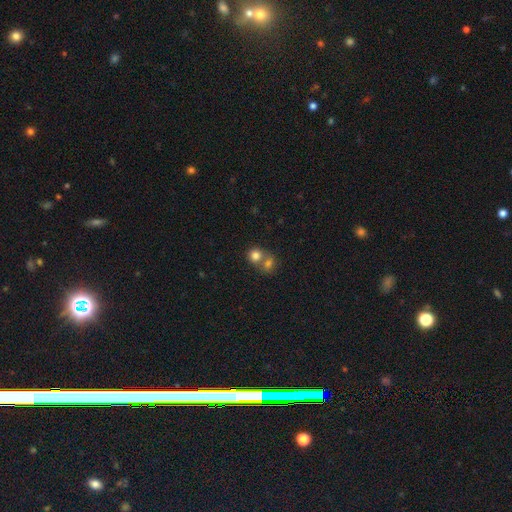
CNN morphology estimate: Smooth or featured? smooth (78%)
How rounded? round (80%)
Merging? merger (56%)